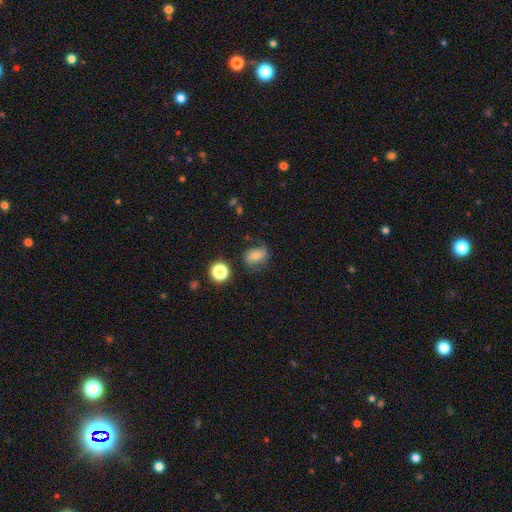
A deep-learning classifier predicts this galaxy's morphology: This is likely a smooth galaxy (67%). How rounded: likely in between (62%). Merging: possibly none (60%).